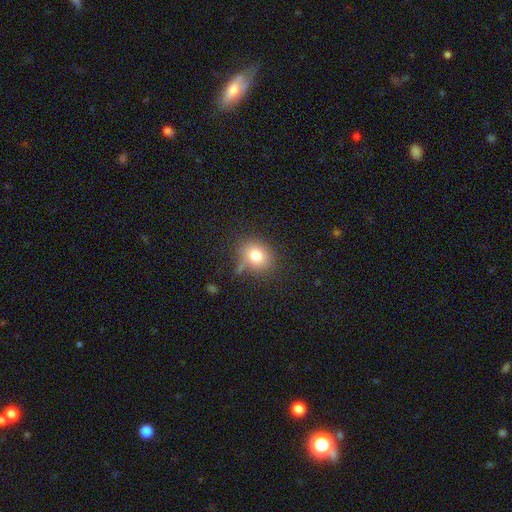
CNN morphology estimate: A smooth galaxy with no disk features (79%) that is round (55%).

Vote fractions:
- Smooth or featured? smooth: 79% / star or artifact: 11% / featured or disk: 10%
- How rounded? round: 55% / in between: 44% / cigar-shaped: 1%
- Merging? none: 70% / minor disturbance: 17% / merger: 6% / major disturbance: 6%